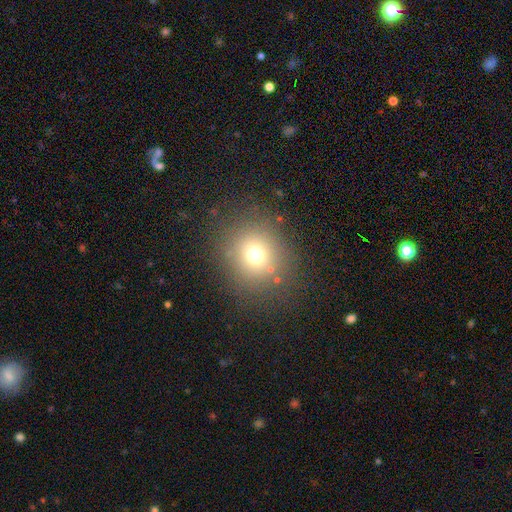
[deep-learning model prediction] Smooth or featured? Predicted: smooth (p=0.68). How rounded? Predicted: round (p=0.82). Merging? Predicted: none (p=0.84).